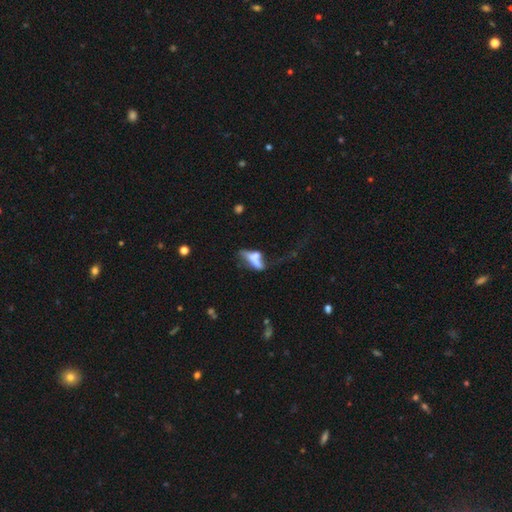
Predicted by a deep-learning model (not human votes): smooth_or_featured: smooth (p=0.46) [alt: featured or disk p=0.43]
merging: merger (p=0.36) [alt: major disturbance p=0.26]